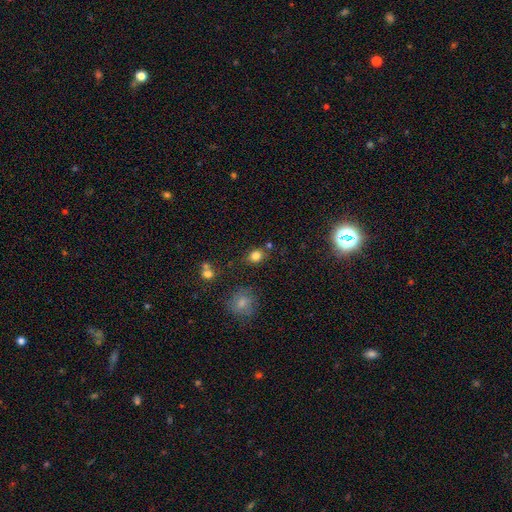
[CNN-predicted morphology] A smooth galaxy with no disk features (81%) that is round (52%). Merging: none (75%).